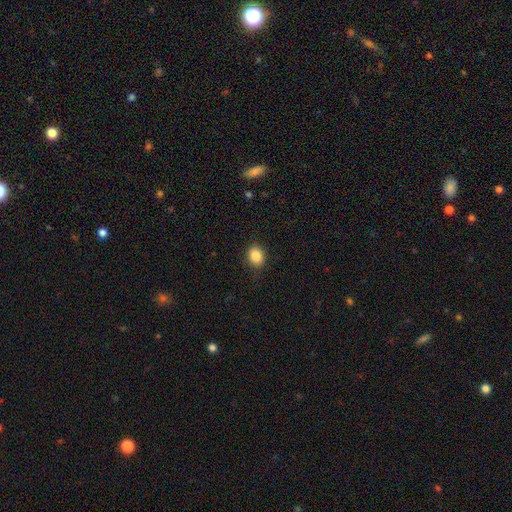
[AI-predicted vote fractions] Smooth or featured: smooth — 86% (star or artifact — 9%)
How rounded: round — 51% (in between — 48%)
Merging: none — 88% (minor disturbance — 9%)